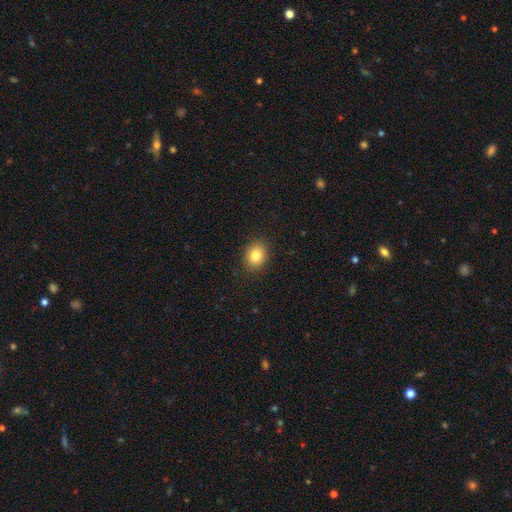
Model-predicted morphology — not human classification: smooth 83%, star or artifact 10%, featured or disk 7%. Down the decision tree: how rounded — round (52%); merging — none (89%).